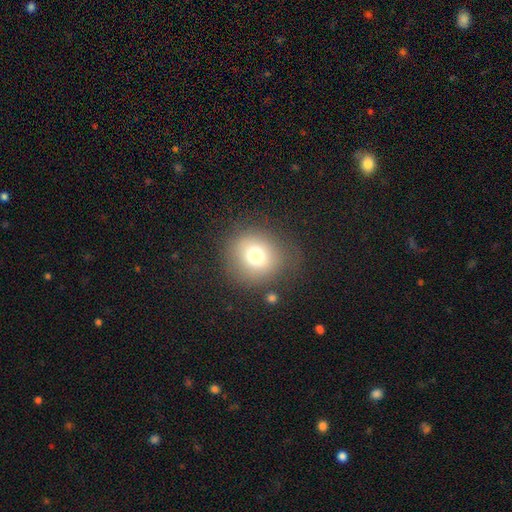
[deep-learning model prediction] smooth-or-featured: smooth: 74% | star or artifact: 13% | featured or disk: 12%
  how-rounded: round: 87% | in between: 12% | cigar-shaped: 1%
  merging: none: 76% | minor disturbance: 14% | major disturbance: 7% | merger: 3%